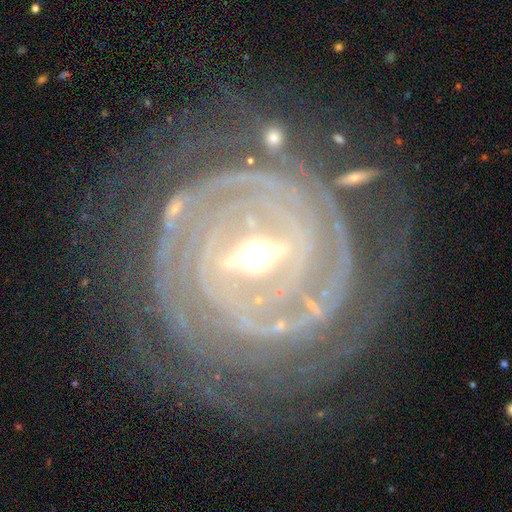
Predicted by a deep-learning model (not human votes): A featured or disk galaxy (92%) with a strong bar (55%), tight (84%) spiral arms (97%) and a moderate central bulge (60%). Merging: none (74%).